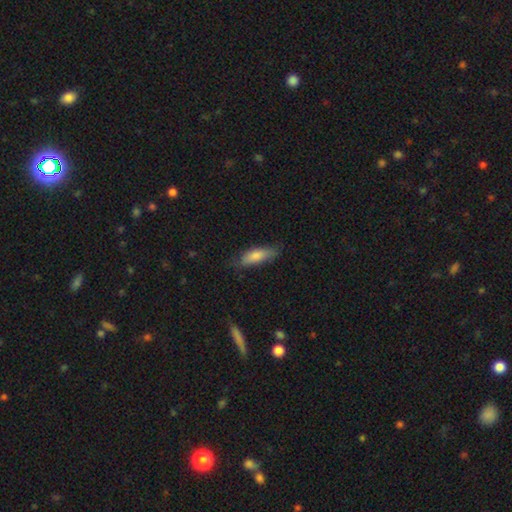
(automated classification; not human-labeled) This is likely a smooth galaxy (78%). How rounded: possibly cigar-shaped (52%). Merging: likely none (75%).